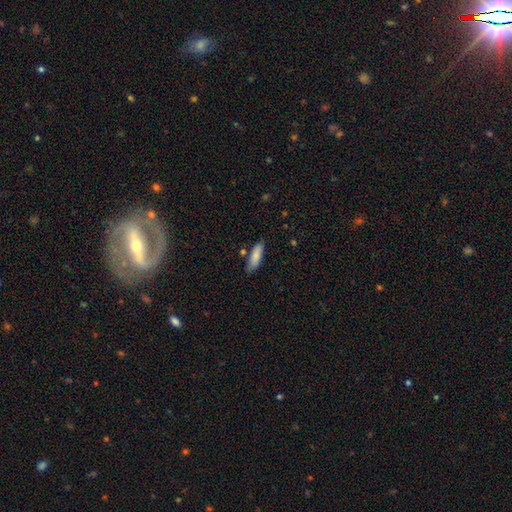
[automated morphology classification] type=smooth (84%); roundness=cigar-shaped (53%); merging=none (78%).